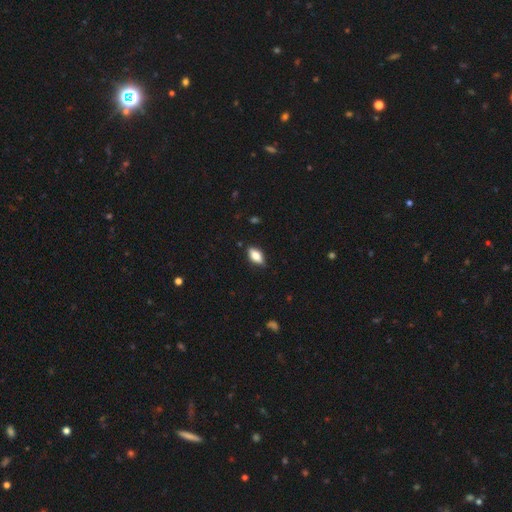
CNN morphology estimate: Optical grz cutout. It shows a smooth galaxy with no disk features (72%) that is in between round and cigar-shaped (86%). Merging: none (81%).